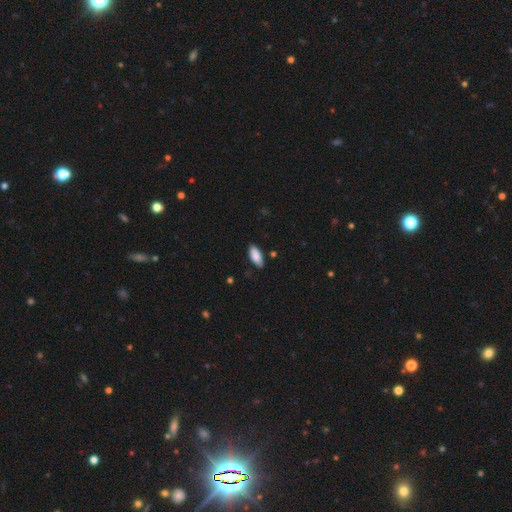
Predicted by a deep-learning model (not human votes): Overall: smooth (86%). How rounded: in between (88%). Merging: none (82%).